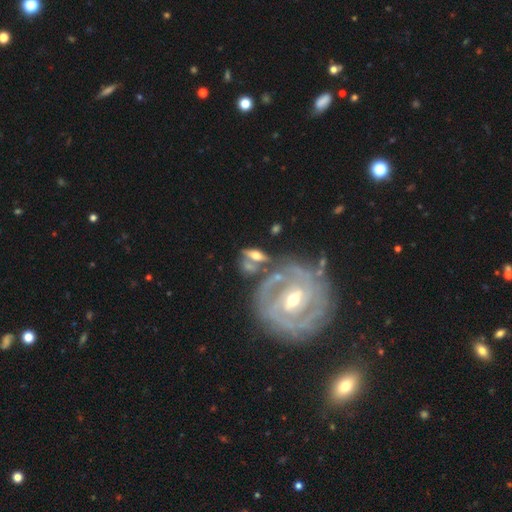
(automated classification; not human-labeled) A featured or disk galaxy (61%). Merging: none (43%).